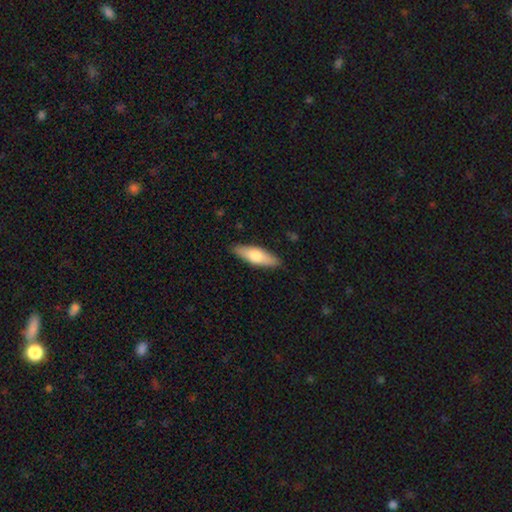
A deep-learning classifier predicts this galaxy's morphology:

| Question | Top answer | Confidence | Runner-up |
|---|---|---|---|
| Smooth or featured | smooth | 67% | featured or disk (28%) |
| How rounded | cigar-shaped | 49% | tied: in between (49%) |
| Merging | none | 87% | minor disturbance (10%) |